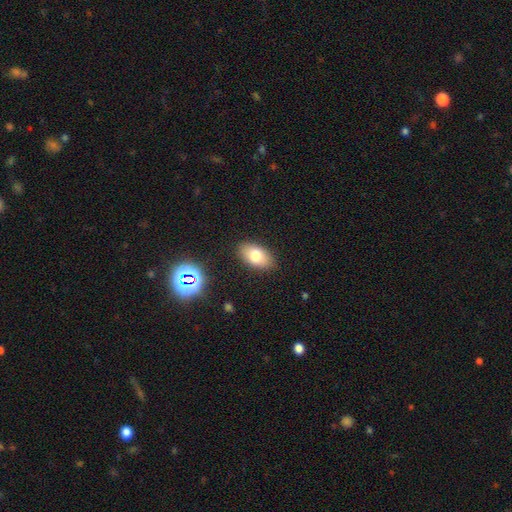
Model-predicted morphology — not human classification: Smooth or featured? Predicted: smooth (p=0.77). How rounded? Predicted: in between (p=0.91). Merging? Predicted: none (p=0.87).